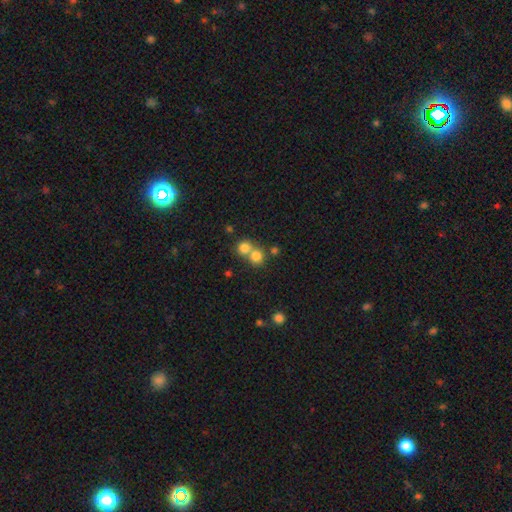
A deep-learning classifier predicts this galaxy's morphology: Overall: smooth (78%). How rounded: round (86%). Merging: merger (48%; none 44%).